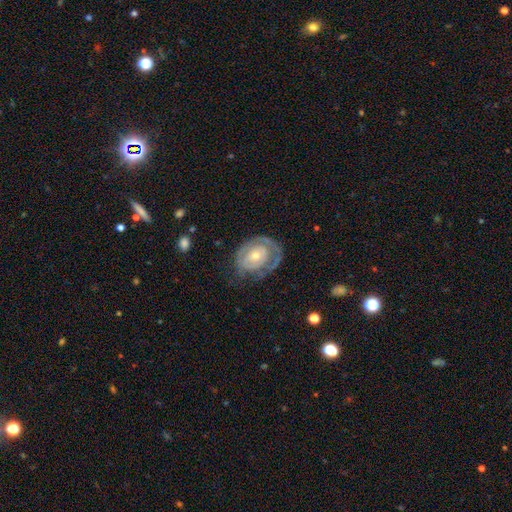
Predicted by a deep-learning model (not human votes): The model was most divided on "bulge size": small: 53%, moderate: 41%, large: 3%, none: 2%, dominant: 1%. More confident: edge-on disk — no (96%); bar — no (79%); smooth or featured — featured or disk (66%); spiral arms — yes (61%); merging — none (51%).